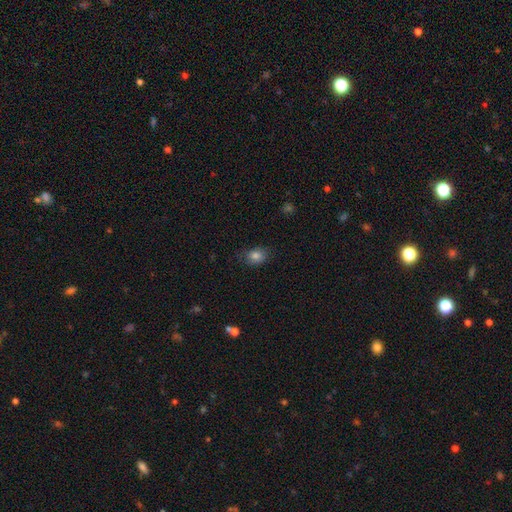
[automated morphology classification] smooth-or-featured: smooth: 82% | star or artifact: 10% | featured or disk: 8%
  how-rounded: in between: 63% | round: 35% | cigar-shaped: 1%
  merging: none: 78% | minor disturbance: 17% | major disturbance: 4% | merger: 1%